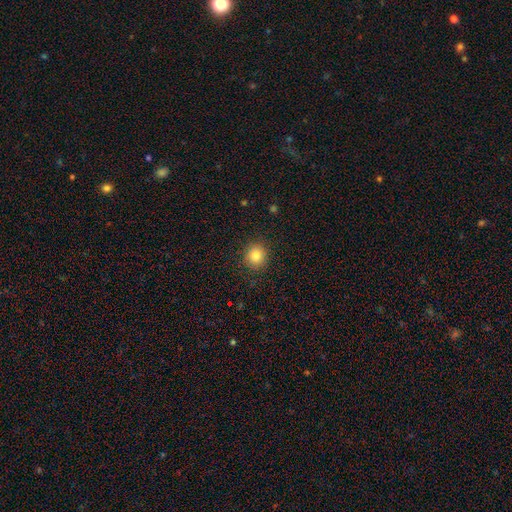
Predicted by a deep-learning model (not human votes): Overall: smooth (82%). How rounded: round (87%). Merging: none (91%).